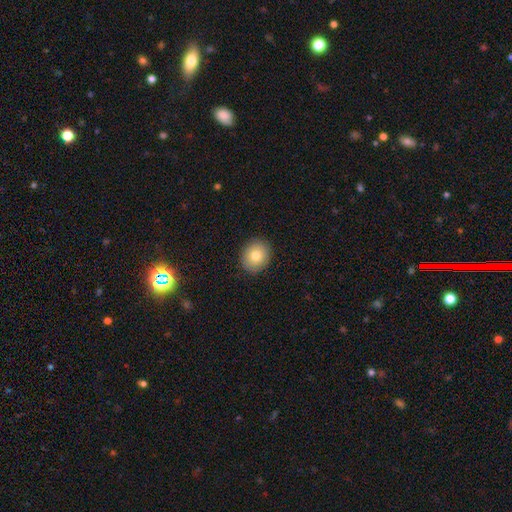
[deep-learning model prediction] Q: Smooth or featured?
A: smooth (78%); runner-up: featured or disk (13%)
Q: How rounded?
A: round (73%); runner-up: in between (26%)
Q: Merging?
A: none (90%); runner-up: minor disturbance (7%)